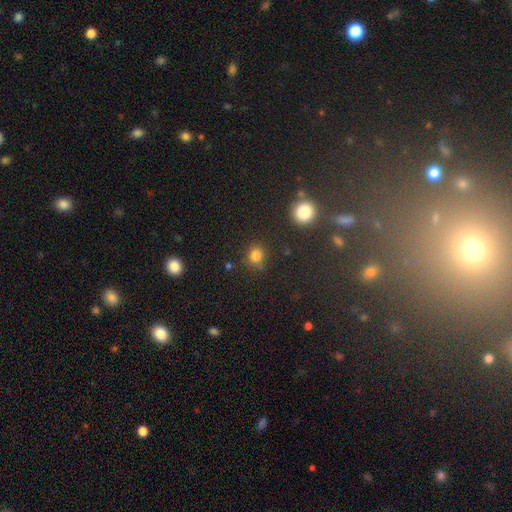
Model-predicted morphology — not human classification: smooth-or-featured: smooth: 79% | star or artifact: 16% | featured or disk: 6%
  how-rounded: round: 78% | in between: 21% | cigar-shaped: 1%
  merging: none: 80% | minor disturbance: 12% | merger: 4% | major disturbance: 4%